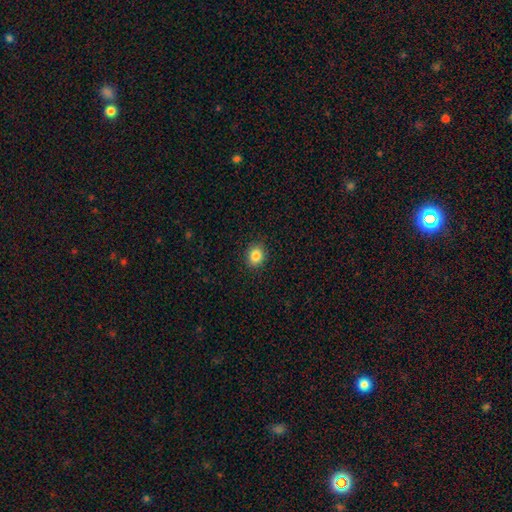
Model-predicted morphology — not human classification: A smooth galaxy with no disk features (85%) that is round (63%). Merging: none (90%).